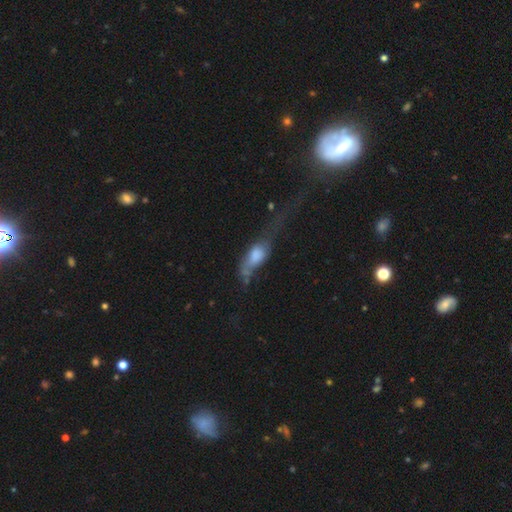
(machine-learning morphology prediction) Smooth or featured? smooth (61%)
How rounded? in between (77%)
Merging? major disturbance (55%)